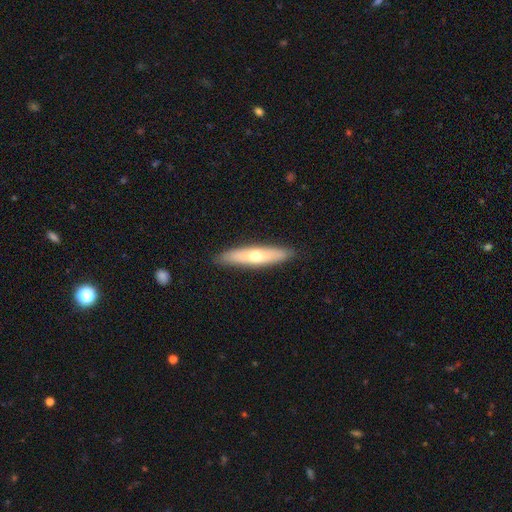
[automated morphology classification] smooth_or_featured: smooth (p=0.51) [alt: featured or disk p=0.44]
how_rounded: cigar-shaped (p=0.76) [alt: in between p=0.22]
merging: none (p=0.89) [alt: minor disturbance p=0.08]